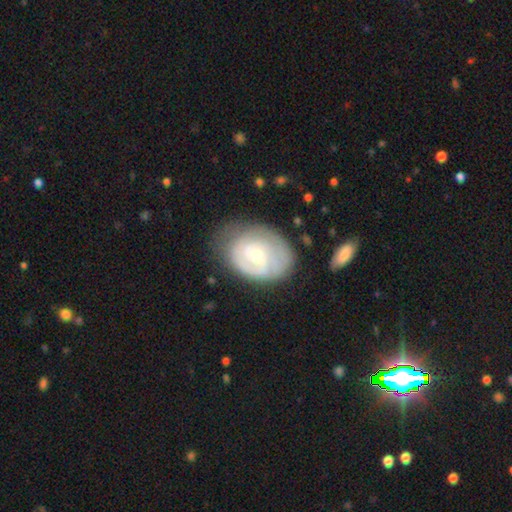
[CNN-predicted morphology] A featured or disk galaxy (68%) with no bar (59%), spiral arms (76%) and a small central bulge (57%).

Vote fractions:
- Smooth or featured? featured or disk: 68% / smooth: 26% / star or artifact: 6%
- Edge-on disk? no: 96% / yes: 4%
- Bar? no: 59% / weak: 35% / strong: 7%
- Spiral arms? yes: 76% / no: 24%
- Bulge size? small: 57% / moderate: 39% / large: 2% / none: 1% / dominant: 1%
- Merging? none: 61% / minor disturbance: 26% / major disturbance: 11% / merger: 2%